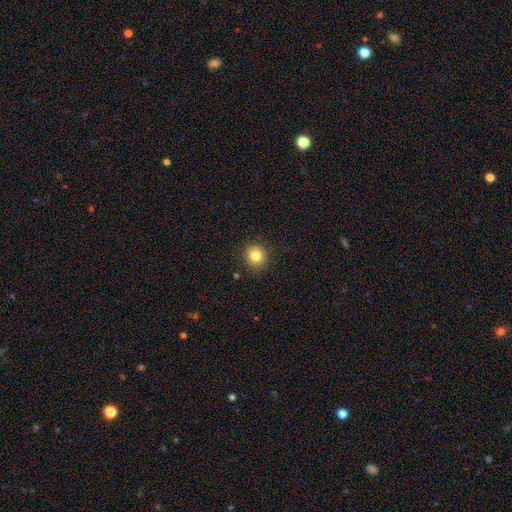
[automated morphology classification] A smooth galaxy with no disk features (82%) that is round (89%).

Vote fractions:
- Smooth or featured? smooth: 82% / star or artifact: 11% / featured or disk: 7%
- How rounded? round: 89% / in between: 10% / cigar-shaped: 1%
- Merging? none: 90% / minor disturbance: 7% / major disturbance: 2% / merger: 1%